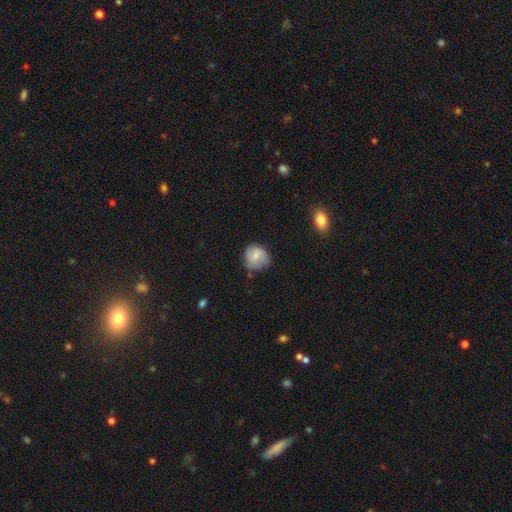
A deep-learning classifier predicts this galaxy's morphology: This appears to be a smooth galaxy with no disk features (73%) that is round (80%). Merging: none (60%).